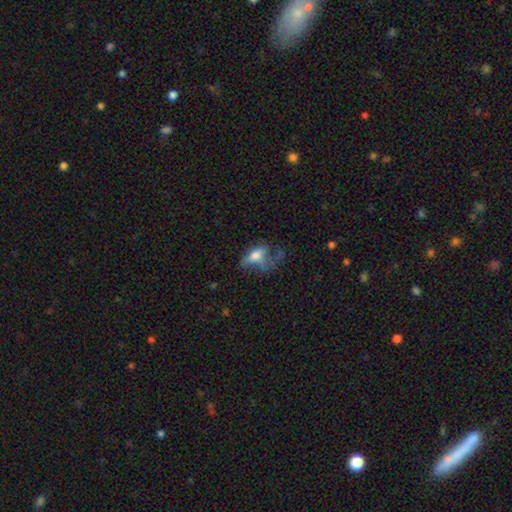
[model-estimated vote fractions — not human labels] smooth_or_featured: smooth (p=0.57) [alt: featured or disk p=0.33]
how_rounded: in between (p=0.83) [alt: cigar-shaped p=0.10]
merging: major disturbance (p=0.55) [alt: none p=0.21]